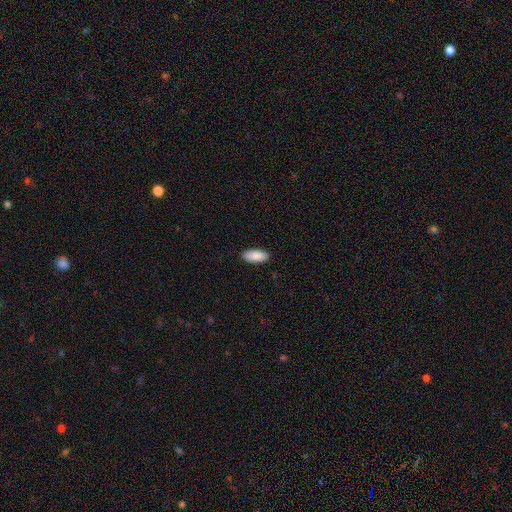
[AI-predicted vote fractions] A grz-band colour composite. It shows a smooth galaxy with no disk features (91%) that is in between round and cigar-shaped (86%). Merging: none (90%).